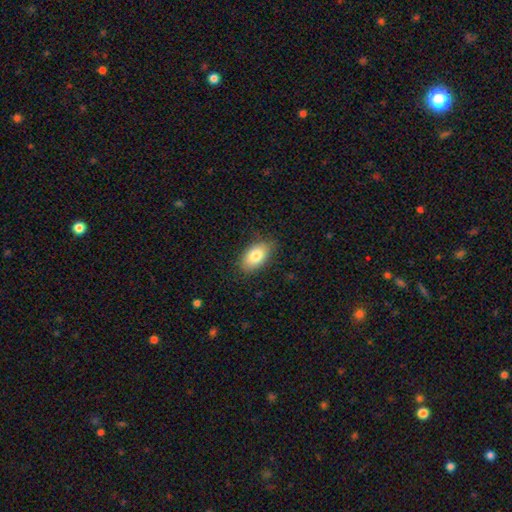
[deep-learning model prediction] smooth 82%, featured or disk 11%, star or artifact 7%. Down the decision tree: how rounded — in between (92%); merging — none (83%).